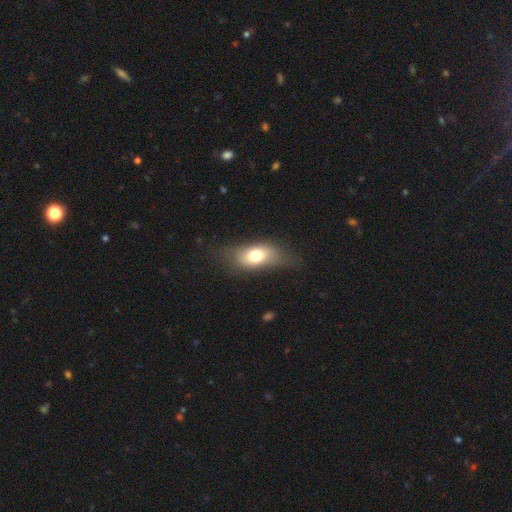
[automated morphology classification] This is likely a smooth galaxy (72%). How rounded: clearly in between (83%). Merging: likely none (61%).